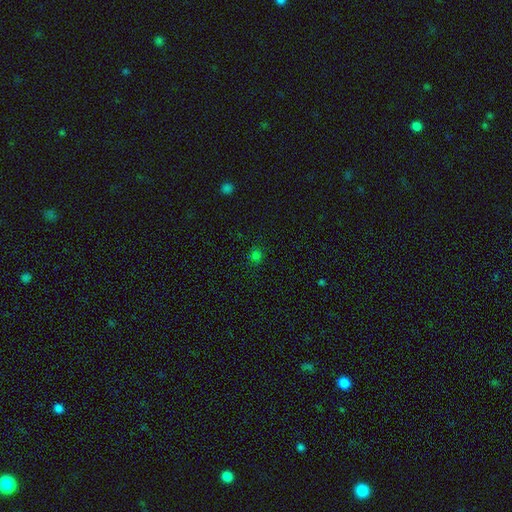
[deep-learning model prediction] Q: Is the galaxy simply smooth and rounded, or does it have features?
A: smooth — 70%.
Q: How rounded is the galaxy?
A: round — 85%.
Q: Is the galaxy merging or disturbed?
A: none — 83%.